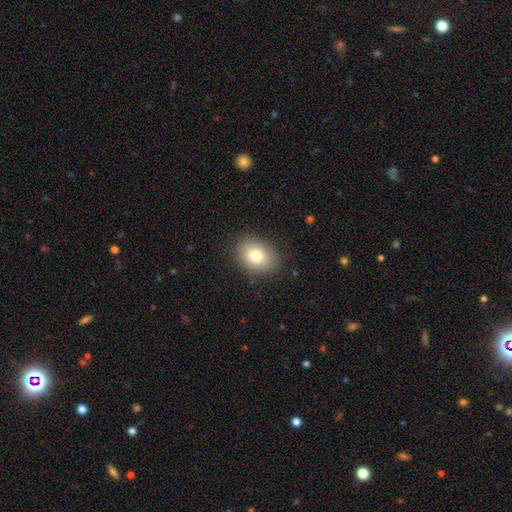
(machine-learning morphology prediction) The model was most divided on "how rounded": in between: 64%, round: 35%, cigar-shaped: 1%. More confident: merging — none (86%); smooth or featured — smooth (81%).